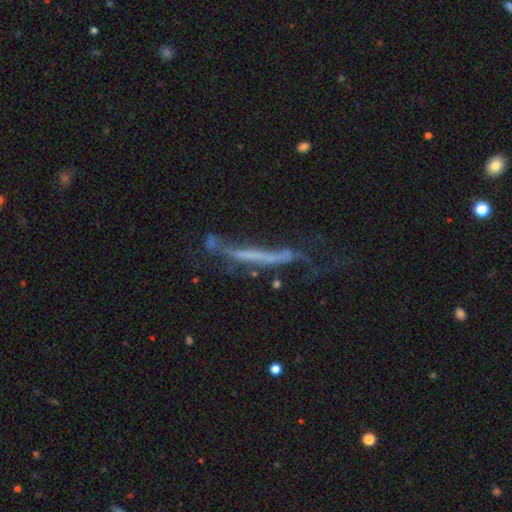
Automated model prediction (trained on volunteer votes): This is possibly a featured or disk galaxy (57%). It is likely viewed edge-on (70%). Merging: marginally none (34%).